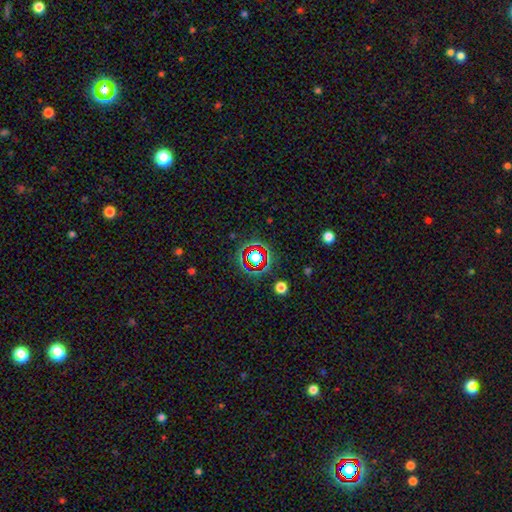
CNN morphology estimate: type=star or artifact (61%).